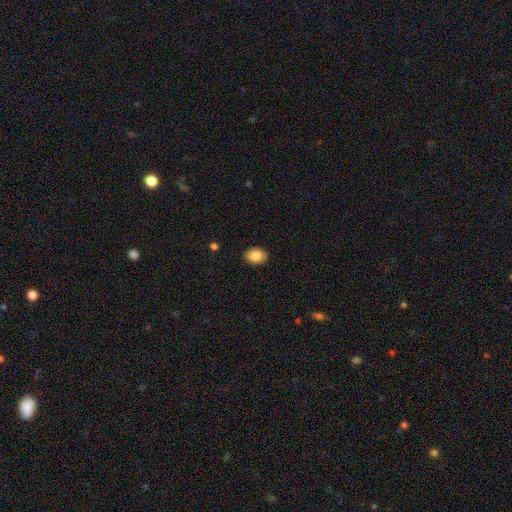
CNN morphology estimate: A smooth galaxy with no disk features (86%) that is in between round and cigar-shaped (74%). Merging: none (89%).